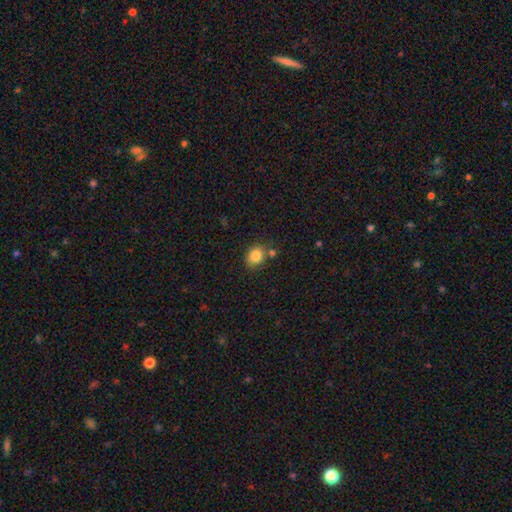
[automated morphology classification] Smooth or featured? Predicted: smooth (p=0.83). How rounded? Predicted: round (p=0.58). Merging? Predicted: none (p=0.71).